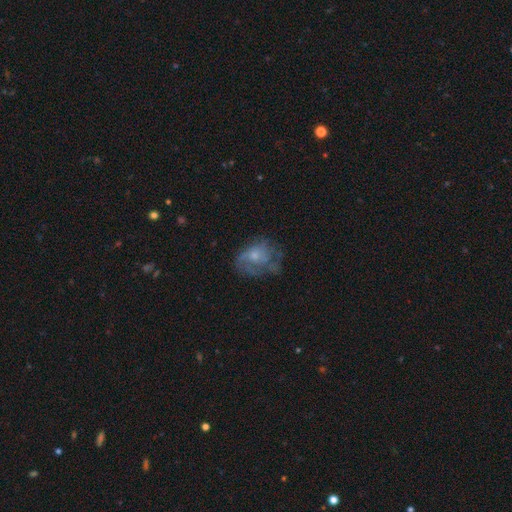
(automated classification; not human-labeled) Smooth or featured? Predicted: featured or disk (p=0.56). Edge-on disk? Predicted: no (p=0.97). Bar? Predicted: no (p=0.82). Spiral arms? Predicted: yes (p=0.54). Bulge size? Predicted: small (p=0.48). Merging? Predicted: none (p=0.44).